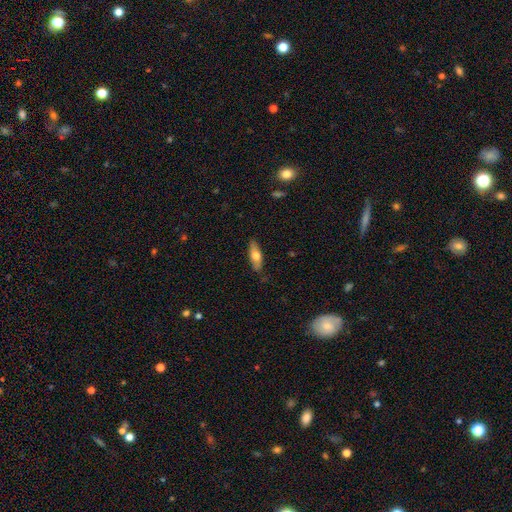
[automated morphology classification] smooth-or-featured: smooth: 60% | featured or disk: 34% | star or artifact: 6%
  how-rounded: in between: 54% | cigar-shaped: 43% | round: 3%
  merging: none: 83% | minor disturbance: 13% | major disturbance: 2% | merger: 1%